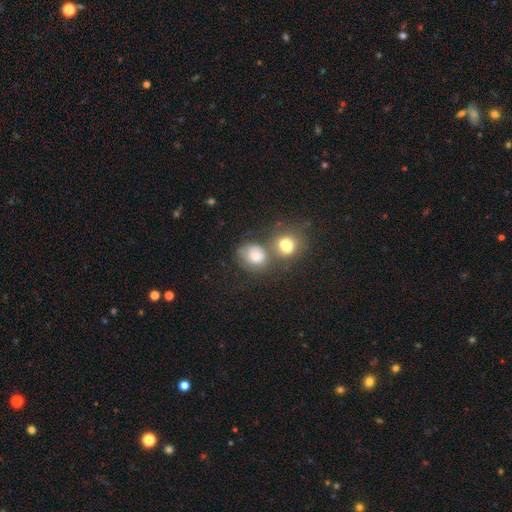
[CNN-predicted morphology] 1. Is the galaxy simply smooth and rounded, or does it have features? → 69% smooth, 19% featured or disk, 12% star or artifact.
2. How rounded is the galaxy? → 63% round, 36% in between, 1% cigar-shaped.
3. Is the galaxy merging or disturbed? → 42% merger, 36% none, 14% minor disturbance, 8% major disturbance.